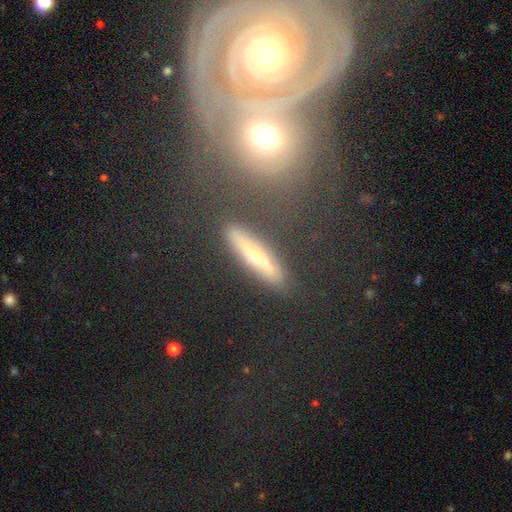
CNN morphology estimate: smooth-or-featured: smooth: 41% | featured or disk: 39% | star or artifact: 20%
  merging: none: 84% | minor disturbance: 9% | major disturbance: 3% | merger: 3%